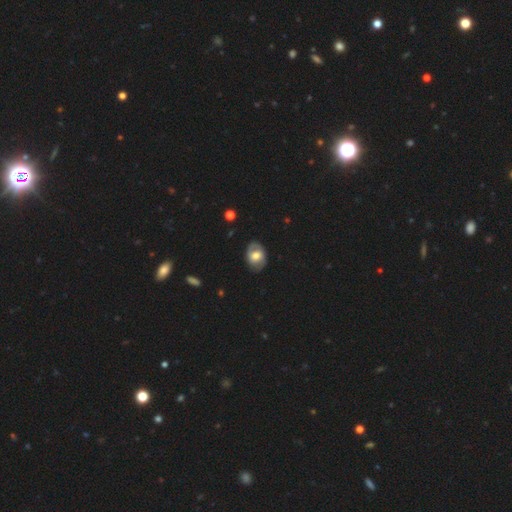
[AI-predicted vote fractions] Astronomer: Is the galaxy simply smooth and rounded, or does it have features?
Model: smooth — 47%, tied with featured or disk at 47%.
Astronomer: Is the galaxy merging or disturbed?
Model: none — 78%.